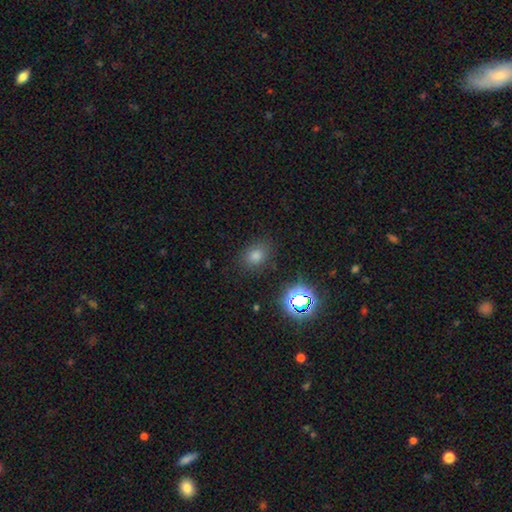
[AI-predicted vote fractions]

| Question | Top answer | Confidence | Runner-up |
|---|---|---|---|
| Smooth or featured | smooth | 71% | star or artifact (22%) |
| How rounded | in between | 57% | round (41%) |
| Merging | none | 83% | minor disturbance (11%) |